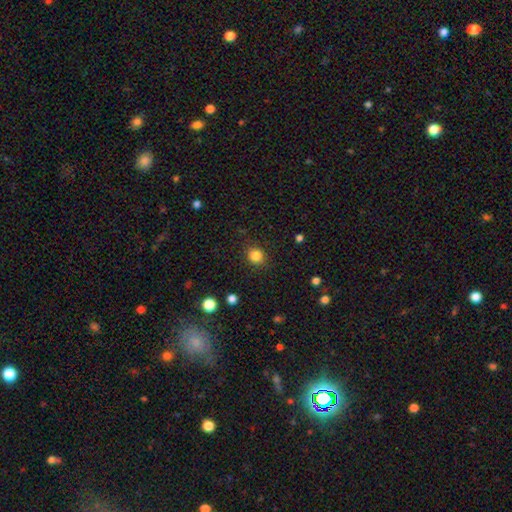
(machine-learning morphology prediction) Smooth or featured? Predicted: smooth (p=0.84). How rounded? Predicted: round (p=0.80). Merging? Predicted: none (p=0.88).